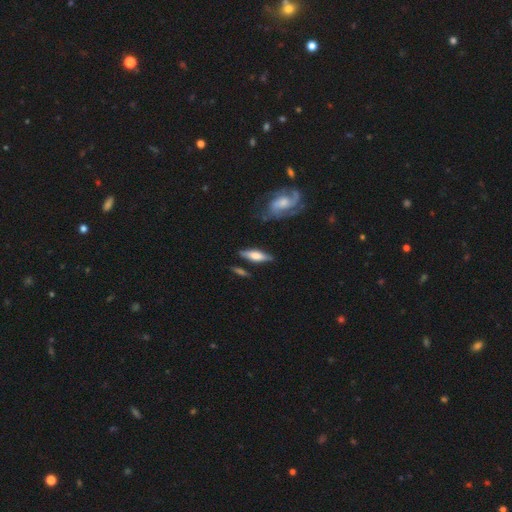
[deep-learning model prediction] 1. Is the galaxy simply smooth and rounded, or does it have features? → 48% featured or disk, 47% smooth, 6% star or artifact.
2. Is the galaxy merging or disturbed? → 79% none, 13% minor disturbance, 4% merger, 3% major disturbance.